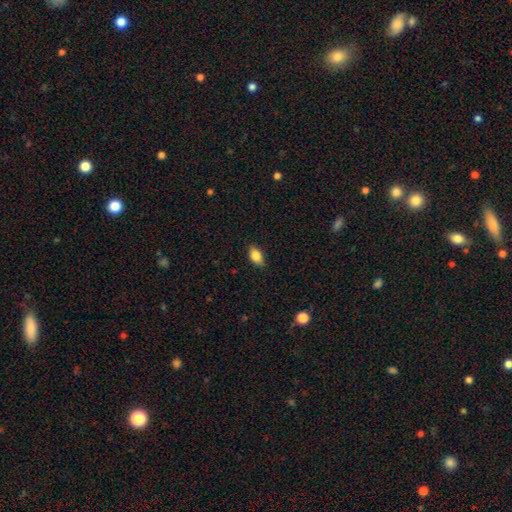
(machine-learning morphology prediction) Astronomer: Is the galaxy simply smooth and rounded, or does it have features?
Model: smooth — 84%.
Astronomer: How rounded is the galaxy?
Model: in between — 87%.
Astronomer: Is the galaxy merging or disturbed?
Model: none — 84%.